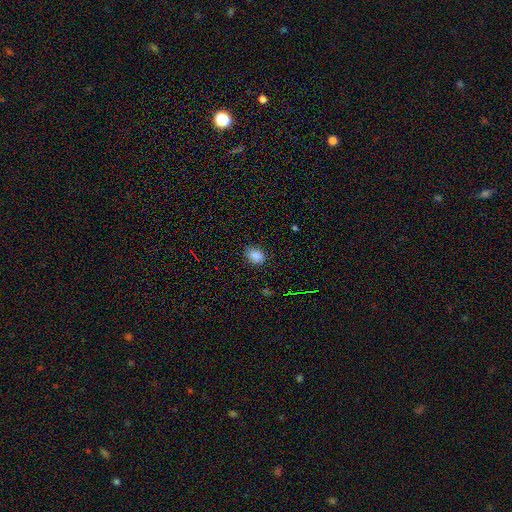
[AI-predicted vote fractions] Q: Smooth or featured?
A: smooth (85%); runner-up: star or artifact (11%)
Q: How rounded?
A: in between (68%); runner-up: round (31%)
Q: Merging?
A: none (85%); runner-up: minor disturbance (12%)